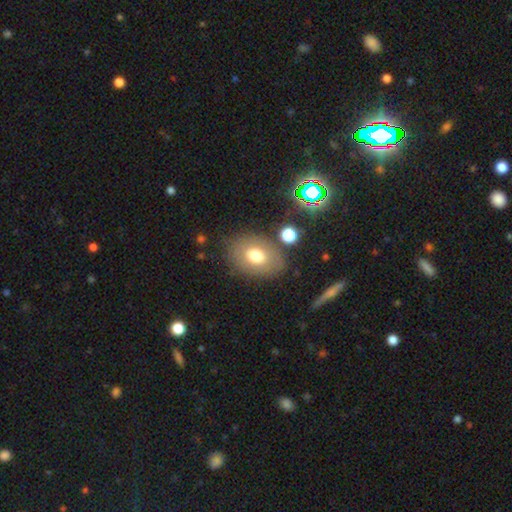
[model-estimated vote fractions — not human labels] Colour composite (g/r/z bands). It shows a smooth galaxy with no disk features (69%) that is in between round and cigar-shaped (73%). Merging: none (77%).